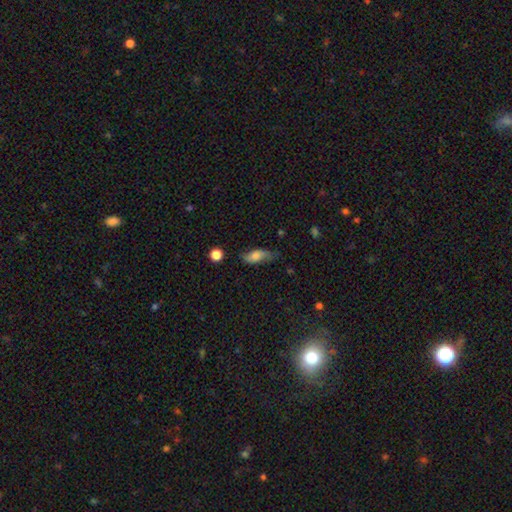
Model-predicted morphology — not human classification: The model was most divided on "merging": none: 63%, minor disturbance: 27%, major disturbance: 7%, merger: 2%. More confident: how rounded — in between (74%); smooth or featured — smooth (66%).